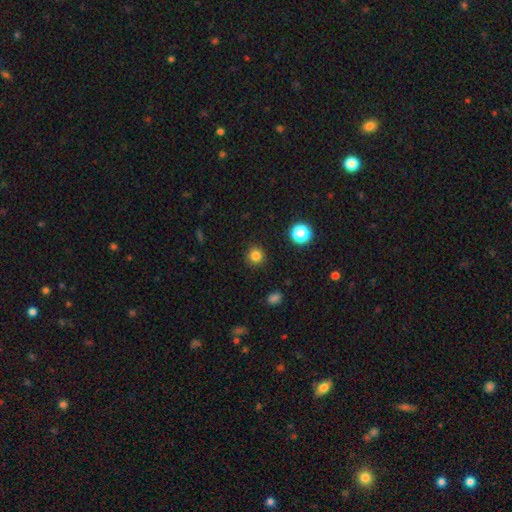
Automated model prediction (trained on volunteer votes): Q: Smooth or featured?
A: smooth (82%); runner-up: star or artifact (14%)
Q: How rounded?
A: round (93%); runner-up: in between (6%)
Q: Merging?
A: none (91%); runner-up: minor disturbance (6%)